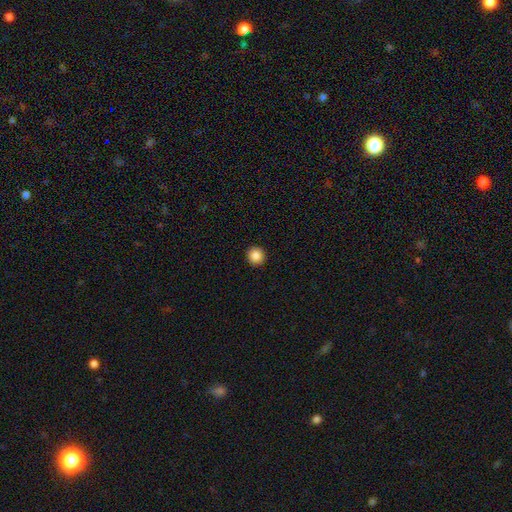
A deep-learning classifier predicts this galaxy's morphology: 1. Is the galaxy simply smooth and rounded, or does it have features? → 86% smooth, 10% star or artifact, 4% featured or disk.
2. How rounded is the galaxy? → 93% round, 6% in between, 1% cigar-shaped.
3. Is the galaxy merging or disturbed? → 93% none, 4% minor disturbance, 1% major disturbance, 1% merger.